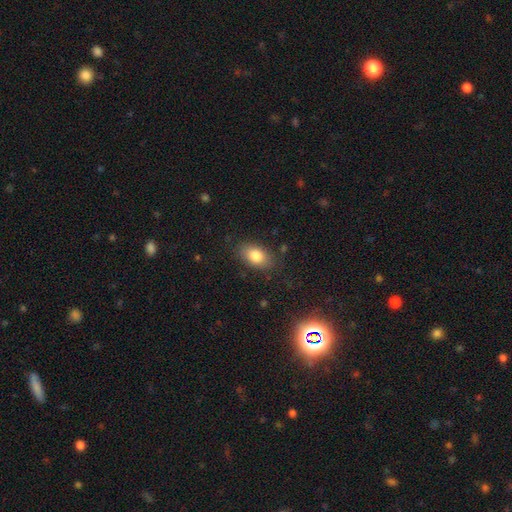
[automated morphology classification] A smooth galaxy with no disk features (82%) that is in between round and cigar-shaped (88%). Merging: none (82%).